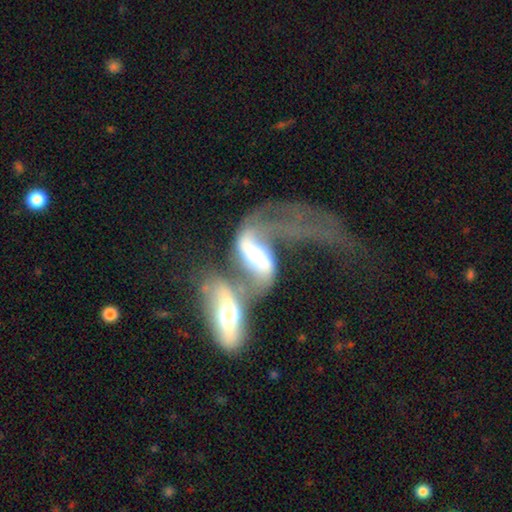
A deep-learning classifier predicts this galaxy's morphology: The model was most divided on "bar": strong: 50%, weak: 29%, no: 21%. More confident: edge-on disk — no (90%); spiral arms — yes (84%); spiral arm count — 2 (82%); spiral winding — loose (79%); smooth or featured — featured or disk (77%); merging — merger (66%); bulge size — moderate (57%).